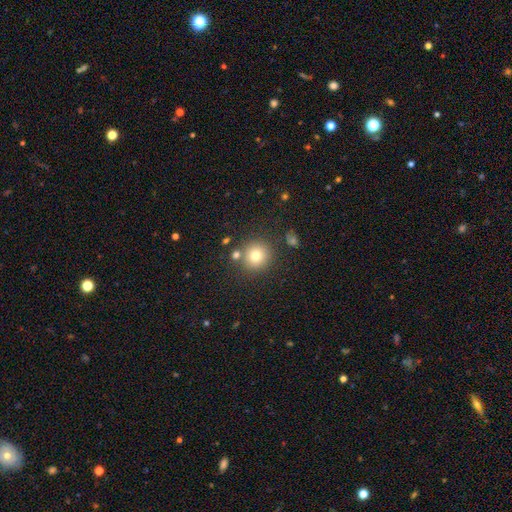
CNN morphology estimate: Q: Smooth or featured?
A: smooth (77%); runner-up: star or artifact (13%)
Q: How rounded?
A: round (92%); runner-up: in between (7%)
Q: Merging?
A: none (80%); runner-up: merger (9%)